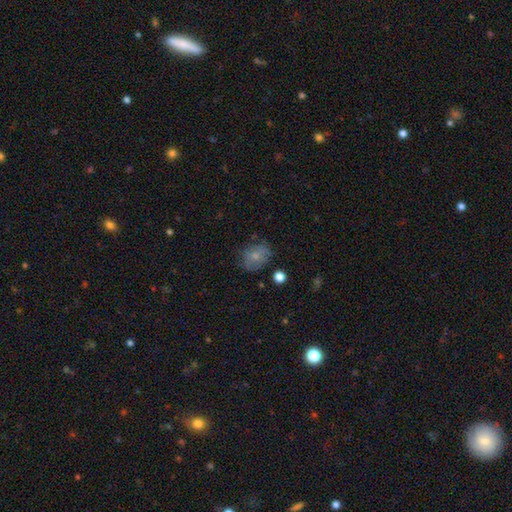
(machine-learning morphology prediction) A smooth galaxy with no disk features (70%) that is in between round and cigar-shaped (53%). Merging: none (67%).